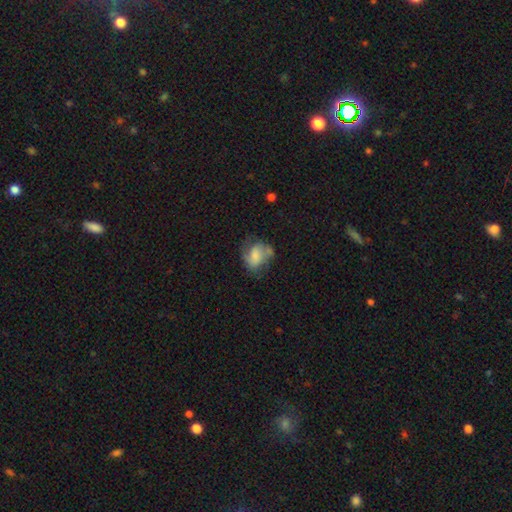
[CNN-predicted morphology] Smooth or featured? Predicted: smooth (p=0.47). Merging? Predicted: none (p=0.45).